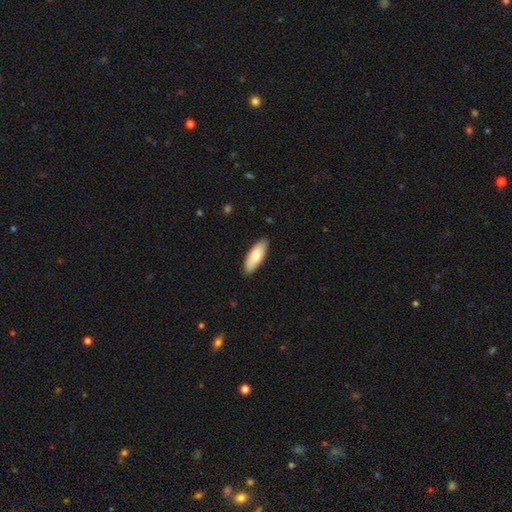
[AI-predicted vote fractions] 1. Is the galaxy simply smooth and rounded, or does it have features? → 76% smooth, 19% featured or disk, 5% star or artifact.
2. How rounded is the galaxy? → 72% in between, 26% cigar-shaped, 2% round.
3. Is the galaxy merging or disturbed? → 88% none, 9% minor disturbance, 2% major disturbance, 1% merger.